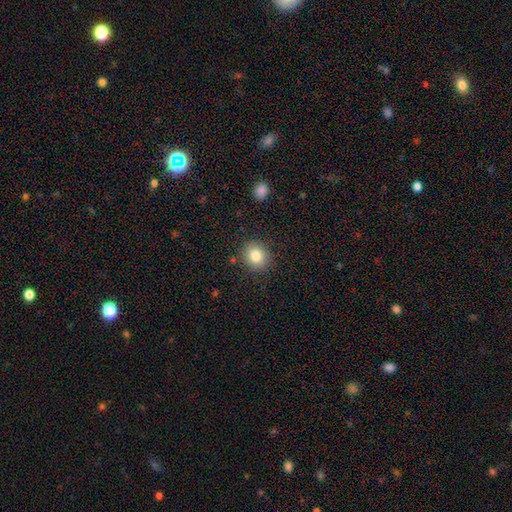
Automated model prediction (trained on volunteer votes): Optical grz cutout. It shows a smooth galaxy with no disk features (82%) that is round (78%). Merging: none (87%).